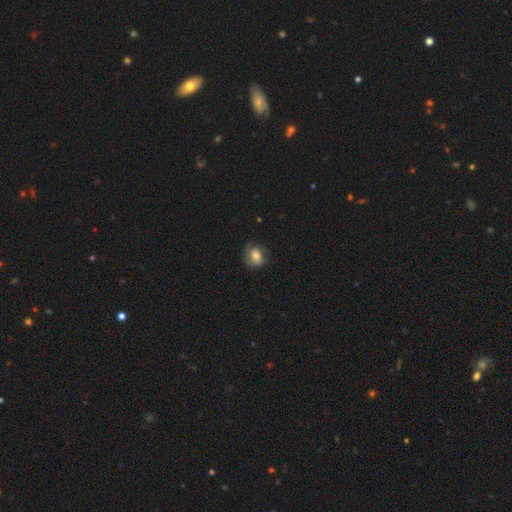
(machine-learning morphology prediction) This is likely a smooth galaxy (74%). How rounded: possibly round (54%). Merging: likely none (64%).